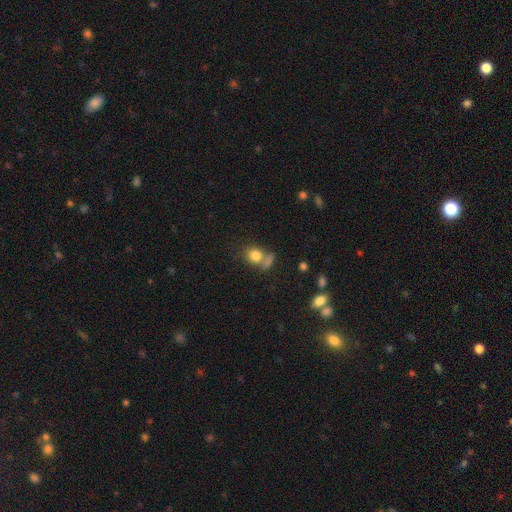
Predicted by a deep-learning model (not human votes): Smooth or featured? Predicted: smooth (p=0.80). How rounded? Predicted: round (p=0.68). Merging? Predicted: none (p=0.50).